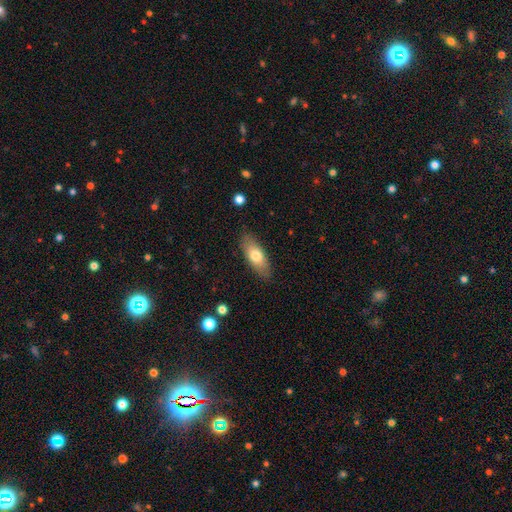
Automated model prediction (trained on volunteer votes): Overall: smooth (71%). How rounded: in between (75%). Merging: none (86%).